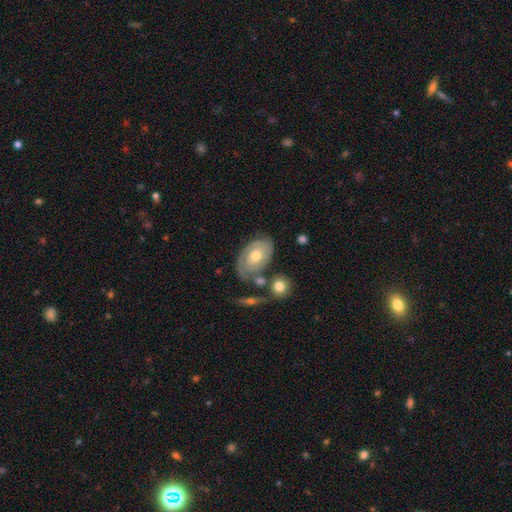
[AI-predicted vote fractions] Q: Smooth or featured?
A: featured or disk (61%); runner-up: smooth (32%)
Q: Edge-on disk?
A: no (93%); runner-up: yes (7%)
Q: Bar?
A: no (79%); runner-up: weak (17%)
Q: Spiral arms?
A: yes (69%); runner-up: no (31%)
Q: Bulge size?
A: moderate (72%); runner-up: small (20%)
Q: Merging?
A: none (61%); runner-up: minor disturbance (17%)